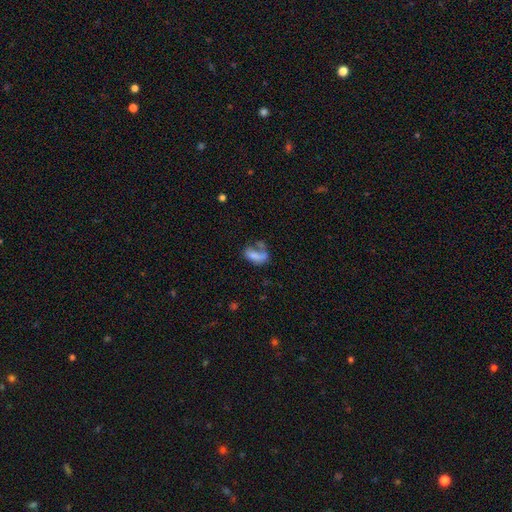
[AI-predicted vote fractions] This appears to be a smooth galaxy with no disk features (64%) that is in between round and cigar-shaped (84%). Merging: major disturbance (28%, tied with none).